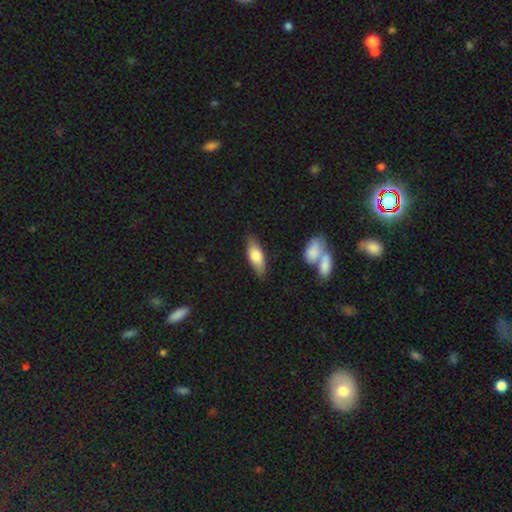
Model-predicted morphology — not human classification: This is likely a smooth galaxy (69%). How rounded: likely in between (68%). Merging: likely none (79%).